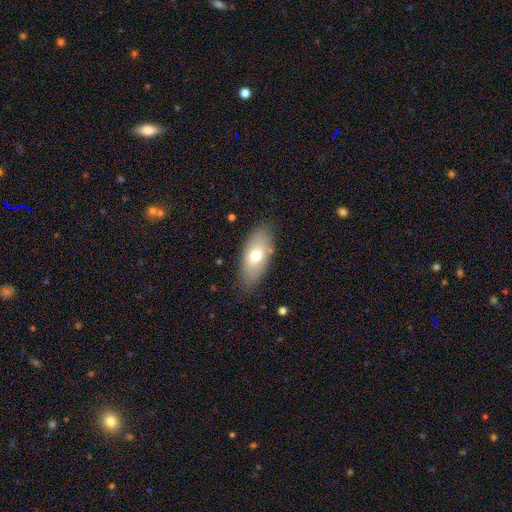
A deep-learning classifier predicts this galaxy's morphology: Smooth or featured? smooth (67%)
How rounded? in between (88%)
Merging? none (81%)